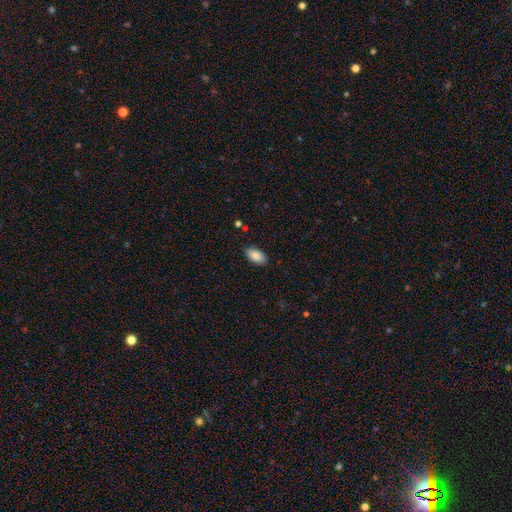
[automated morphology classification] Overall: smooth (87%). How rounded: in between (94%). Merging: none (87%).